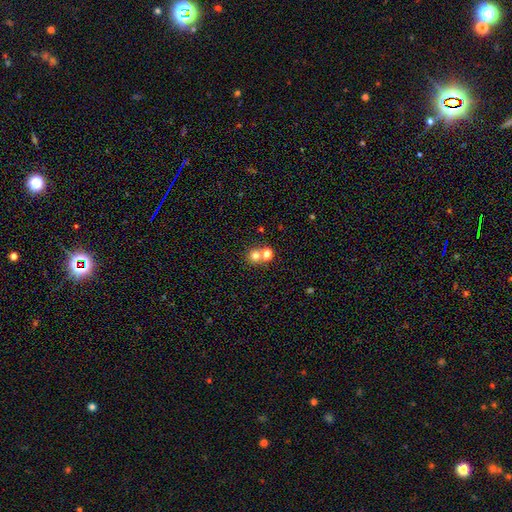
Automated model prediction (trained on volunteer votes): The model was most divided on "merging": none: 53%, merger: 39%, minor disturbance: 5%, major disturbance: 3%. More confident: how rounded — round (88%); smooth or featured — smooth (73%).